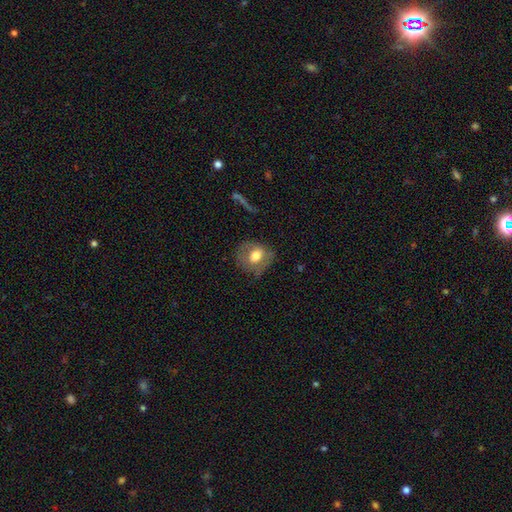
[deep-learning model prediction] Smooth or featured?
  - smooth: 60% *
  - featured or disk: 33%
  - star or artifact: 8%
How rounded?
  - round: 64% *
  - in between: 35%
  - cigar-shaped: 1%
Merging?
  - none: 64% *
  - minor disturbance: 24%
  - major disturbance: 10%
  - merger: 2%